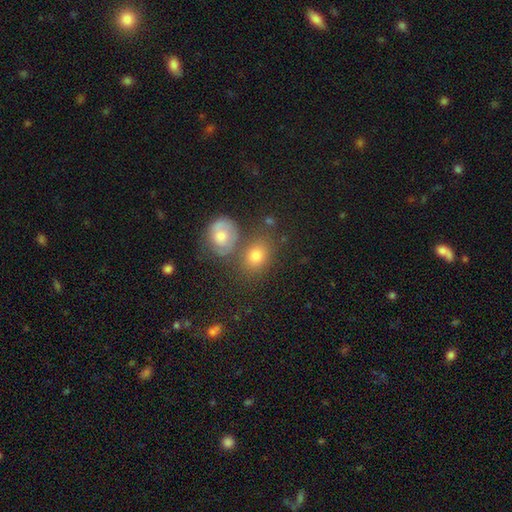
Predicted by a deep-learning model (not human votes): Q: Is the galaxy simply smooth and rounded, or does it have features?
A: smooth — 73%.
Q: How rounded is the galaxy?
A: in between — 62%.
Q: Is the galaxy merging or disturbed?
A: none — 56%.